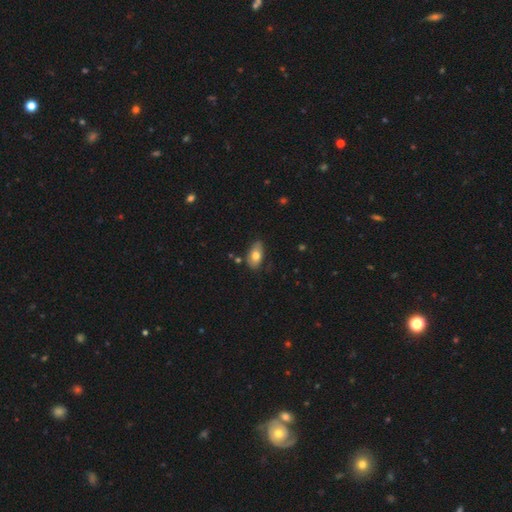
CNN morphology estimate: Smooth or featured?
  - smooth: 72% *
  - featured or disk: 21%
  - star or artifact: 7%
How rounded?
  - in between: 91% *
  - round: 6%
  - cigar-shaped: 3%
Merging?
  - none: 72% *
  - minor disturbance: 21%
  - major disturbance: 4%
  - merger: 3%